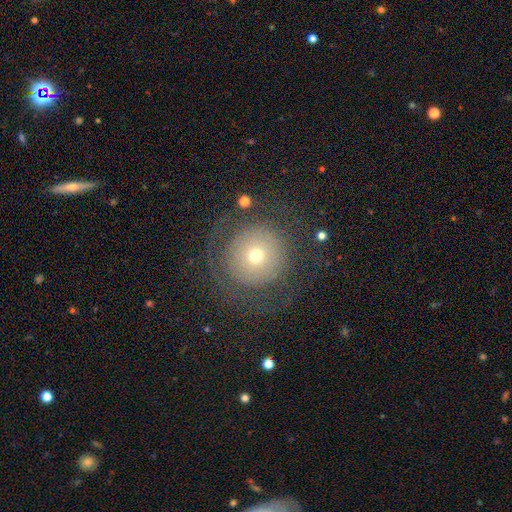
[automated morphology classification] smooth 51%, featured or disk 36%, star or artifact 12%. Down the decision tree: how rounded — round (95%); merging — none (68%).